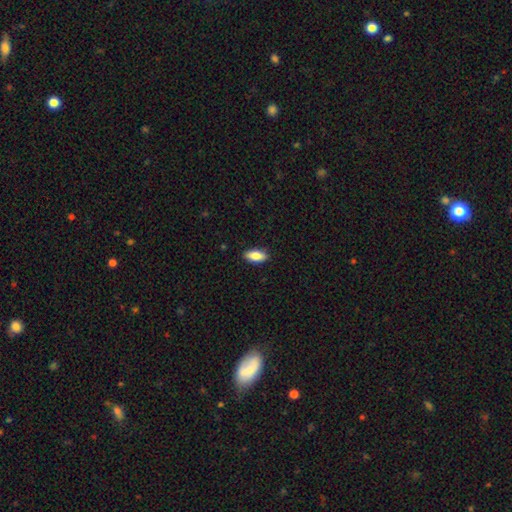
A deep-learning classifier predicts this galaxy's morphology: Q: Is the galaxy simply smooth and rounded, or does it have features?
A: smooth — 86%.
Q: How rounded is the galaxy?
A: in between — 86%.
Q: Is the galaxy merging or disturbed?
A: none — 88%.